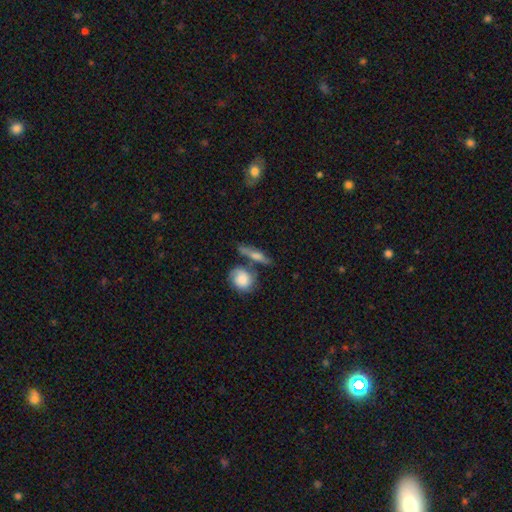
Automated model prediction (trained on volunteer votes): Smooth or featured?
  - smooth: 46% * (tied)
  - featured or disk: 46% * (tied)
  - star or artifact: 8%
Merging?
  - none: 60% *
  - merger: 19%
  - minor disturbance: 15%
  - major disturbance: 5%